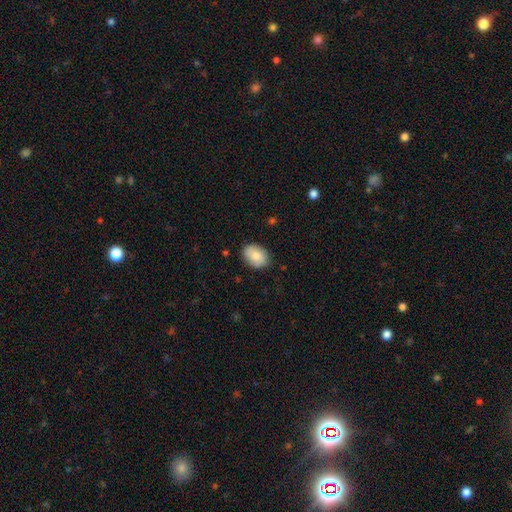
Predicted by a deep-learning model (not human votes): This is clearly a smooth galaxy (84%). How rounded: likely in between (78%). Merging: clearly none (83%).